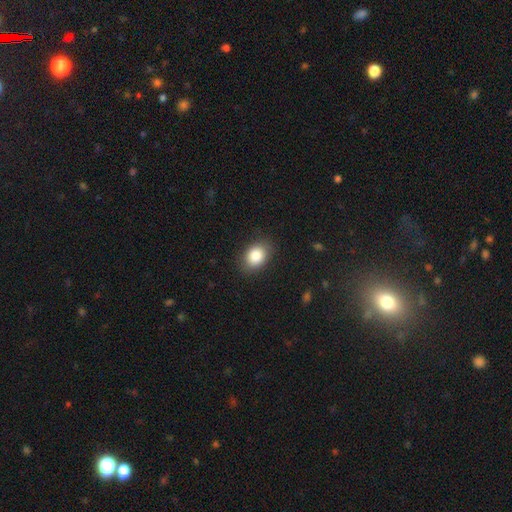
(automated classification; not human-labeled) smooth-or-featured: smooth: 85% | star or artifact: 8% | featured or disk: 7%
  how-rounded: in between: 71% | round: 27% | cigar-shaped: 1%
  merging: none: 86% | minor disturbance: 11% | major disturbance: 3% | merger: 1%